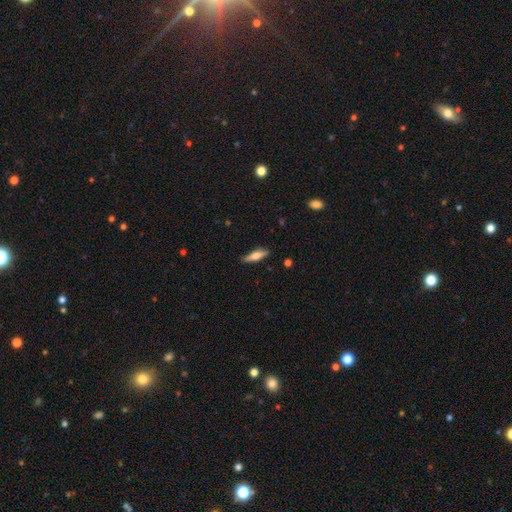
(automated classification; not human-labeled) This appears to be a smooth galaxy with no disk features (60%) that is cigar-shaped (63%). Merging: none (86%).